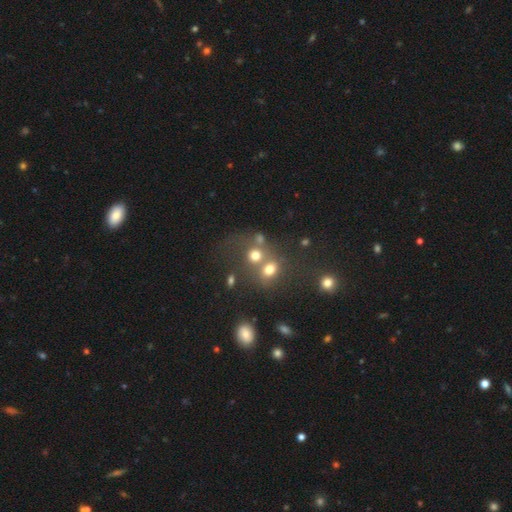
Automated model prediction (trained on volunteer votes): Morphology: type=smooth (68%); roundness=round (76%); merging=merger (45%).